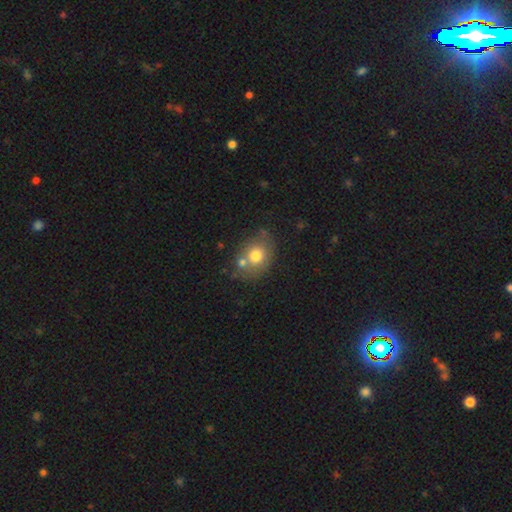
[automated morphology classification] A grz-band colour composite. It shows a smooth galaxy with no disk features (72%) that is in between round and cigar-shaped (50%). Merging: none (58%).